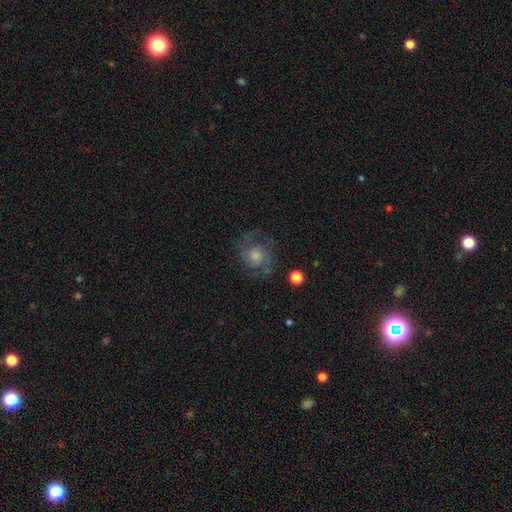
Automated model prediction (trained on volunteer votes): smooth-or-featured: featured or disk: 75% | smooth: 13% | star or artifact: 12%
  disk-edge-on: no: 97% | yes: 3%
    bar: no: 72% | weak: 24% | strong: 4%
    has-spiral-arms: yes: 94% | no: 6%
      spiral-winding: medium: 50% | tight: 35% | loose: 15%
      spiral-arm-count: 2: 75% | can't tell: 11% | 3: 6% | 1: 3% | 4: 2% | more than 4: 2%
    bulge-size: moderate: 47% | small: 37% | large: 10% | none: 5% | dominant: 2%
  merging: none: 77% | minor disturbance: 14% | major disturbance: 8% | merger: 2%